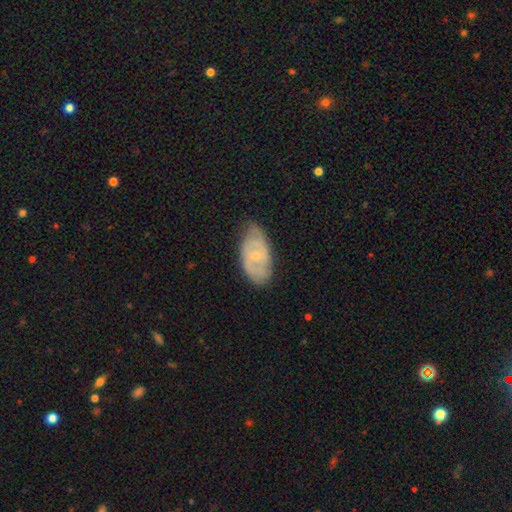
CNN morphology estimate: Q: Smooth or featured?
A: featured or disk (61%); runner-up: smooth (33%)
Q: Edge-on disk?
A: no (93%); runner-up: yes (7%)
Q: Bar?
A: no (69%); runner-up: weak (25%)
Q: Spiral arms?
A: yes (65%); runner-up: no (35%)
Q: Bulge size?
A: small (66%); runner-up: moderate (31%)
Q: Merging?
A: none (65%); runner-up: minor disturbance (28%)